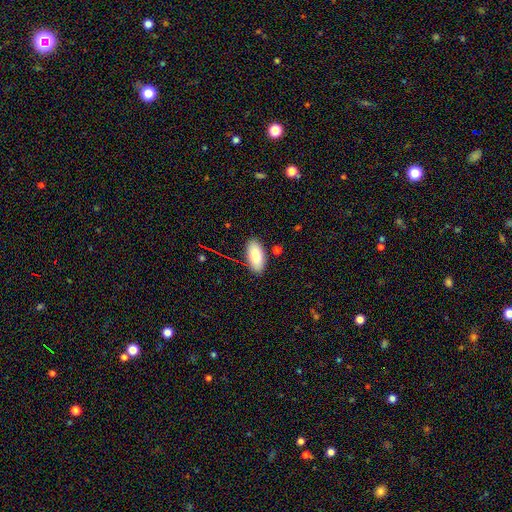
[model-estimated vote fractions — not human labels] Q: Smooth or featured?
A: smooth (84%); runner-up: featured or disk (9%)
Q: How rounded?
A: in between (92%); runner-up: cigar-shaped (6%)
Q: Merging?
A: none (85%); runner-up: minor disturbance (10%)